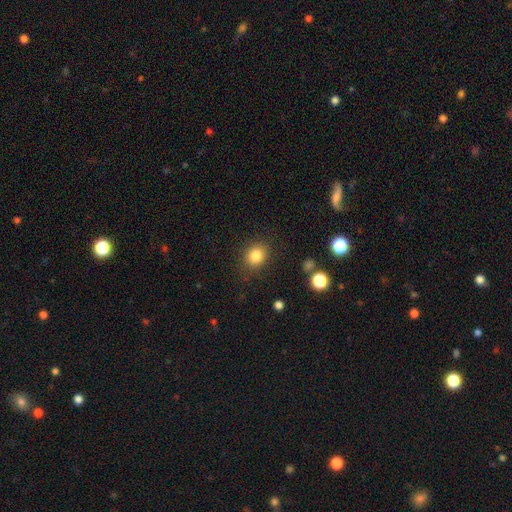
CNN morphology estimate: Smooth or featured? smooth (83%)
How rounded? round (66%)
Merging? none (86%)